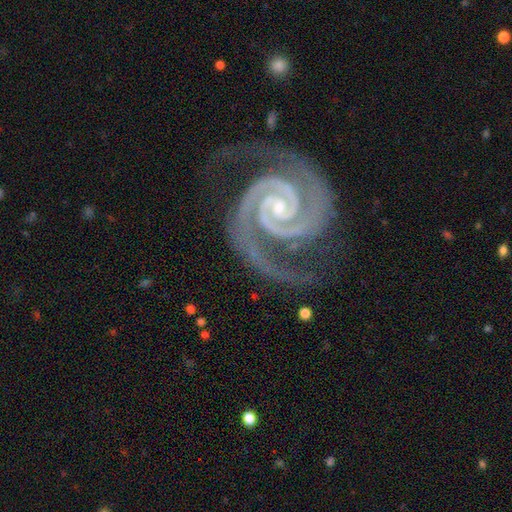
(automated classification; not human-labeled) This is clearly a featured or disk galaxy (95%). It is clearly not viewed edge-on (98%). Bar: marginally no (43%). Spiral arm pattern: clearly yes (99%). Spiral arm count: clearly 2 (92%). Spiral winding: likely tight (69%). Central bulge: likely small (72%). Merging: likely none (78%).